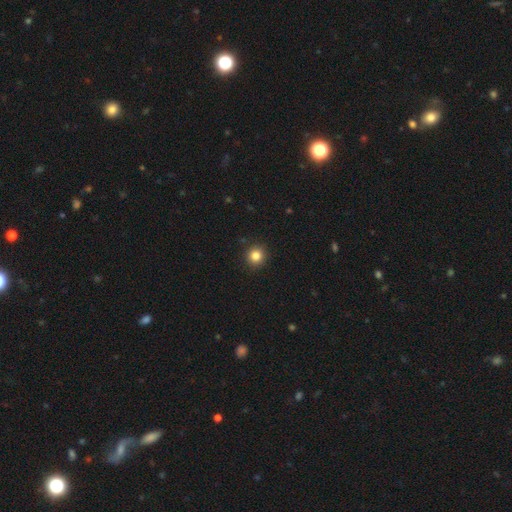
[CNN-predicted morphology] The model was most divided on "smooth or featured": smooth: 84%, star or artifact: 11%, featured or disk: 5%. More confident: how rounded — round (93%); merging — none (92%).